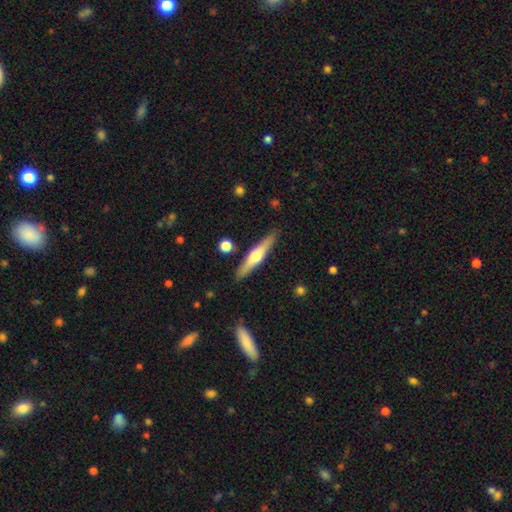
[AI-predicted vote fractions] smooth_or_featured: featured or disk (p=0.59) [alt: smooth p=0.35]
disk_edge_on: yes (p=0.95) [alt: no p=0.05]
edge_on_bulge: rounded (p=0.92) [alt: none p=0.04]
merging: none (p=0.88) [alt: minor disturbance p=0.08]